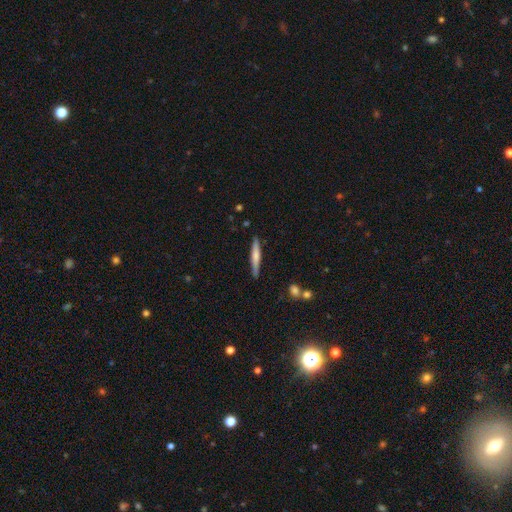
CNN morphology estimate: smooth_or_featured: smooth (p=0.56) [alt: featured or disk p=0.38]
how_rounded: cigar-shaped (p=0.94) [alt: in between p=0.04]
merging: none (p=0.88) [alt: minor disturbance p=0.09]